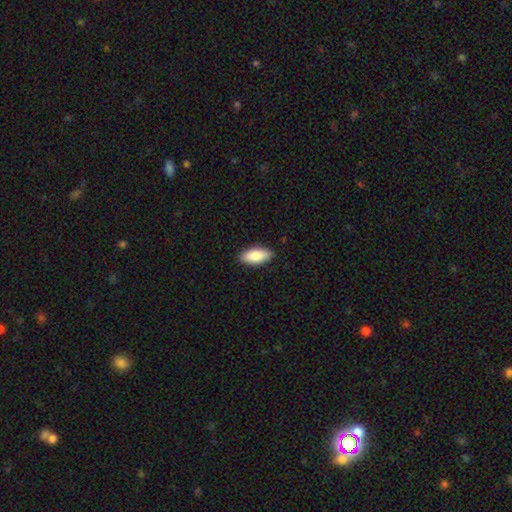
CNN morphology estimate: Smooth or featured?
  - smooth: 86% *
  - featured or disk: 8%
  - star or artifact: 6%
How rounded?
  - in between: 84% *
  - cigar-shaped: 14%
  - round: 2%
Merging?
  - none: 89% *
  - minor disturbance: 8%
  - major disturbance: 2%
  - merger: 1%